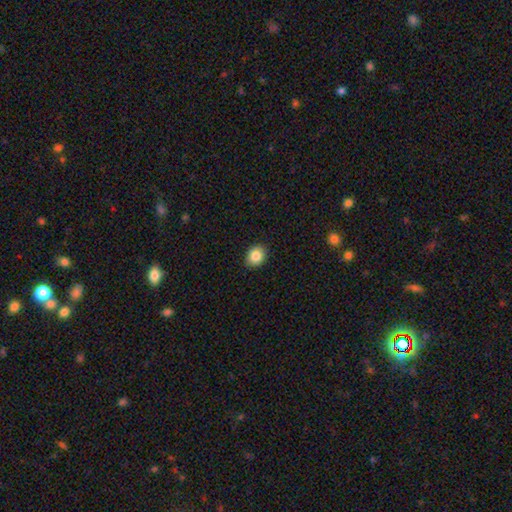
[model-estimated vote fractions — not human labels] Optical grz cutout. It shows a smooth galaxy with no disk features (85%) that is in between round and cigar-shaped (50%). Merging: none (90%).